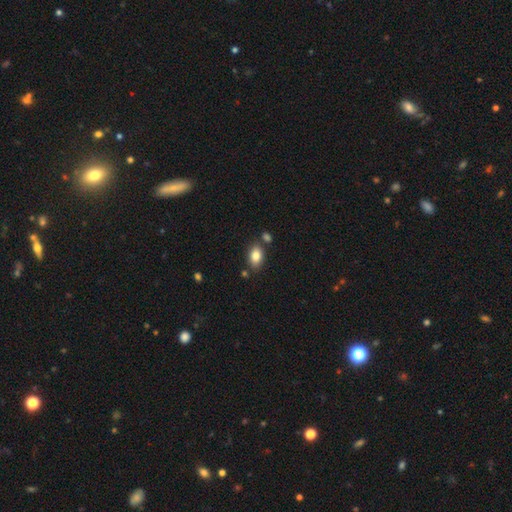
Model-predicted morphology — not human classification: Smooth or featured? Predicted: smooth (p=0.83). How rounded? Predicted: in between (p=0.87). Merging? Predicted: none (p=0.74).